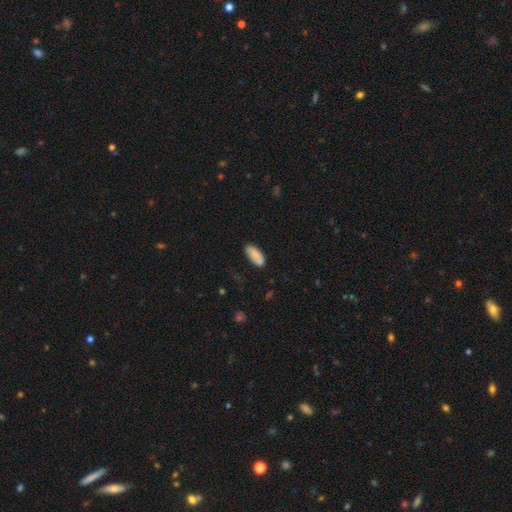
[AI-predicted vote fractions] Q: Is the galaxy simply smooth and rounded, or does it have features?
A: smooth — 82%.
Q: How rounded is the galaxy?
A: in between — 85%.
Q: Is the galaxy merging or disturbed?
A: none — 76%.